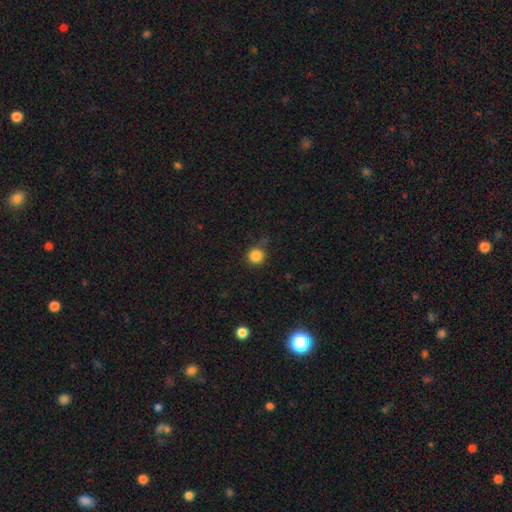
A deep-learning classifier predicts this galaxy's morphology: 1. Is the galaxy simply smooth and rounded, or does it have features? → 85% smooth, 11% star or artifact, 4% featured or disk.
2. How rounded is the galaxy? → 93% round, 6% in between, 1% cigar-shaped.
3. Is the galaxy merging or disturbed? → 79% none, 15% minor disturbance, 4% major disturbance, 2% merger.